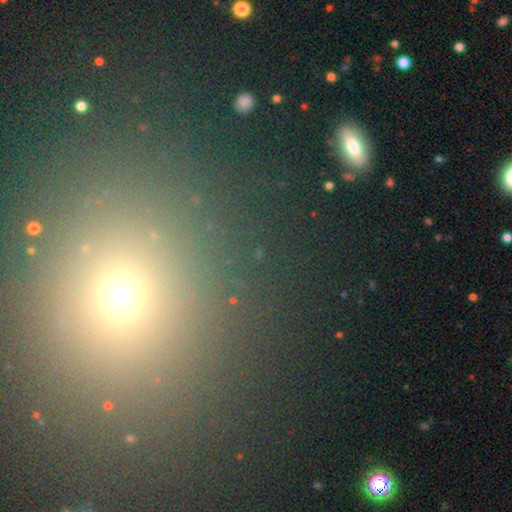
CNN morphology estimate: Q: Smooth or featured?
A: smooth (48%); runner-up: star or artifact (42%)
Q: Merging?
A: none (85%); runner-up: minor disturbance (7%)